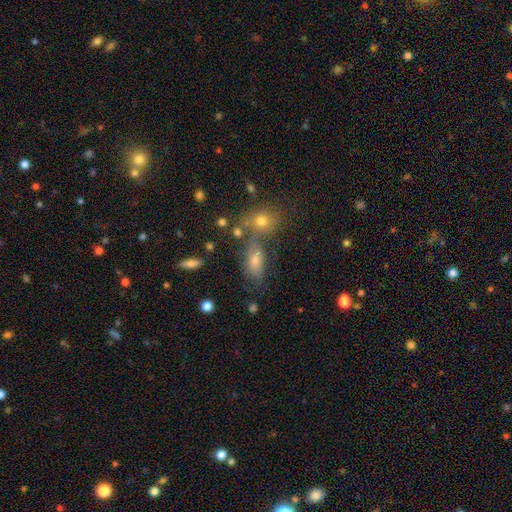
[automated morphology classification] This is possibly a smooth galaxy (56%). How rounded: likely in between (76%). Merging: possibly none (57%).